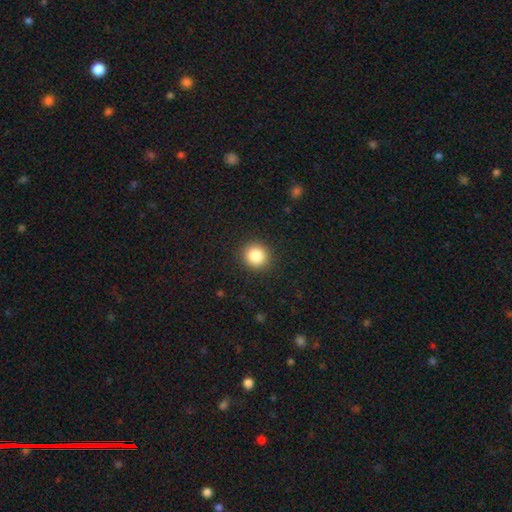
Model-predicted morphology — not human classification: Overall: smooth (85%). How rounded: round (92%). Merging: none (92%).